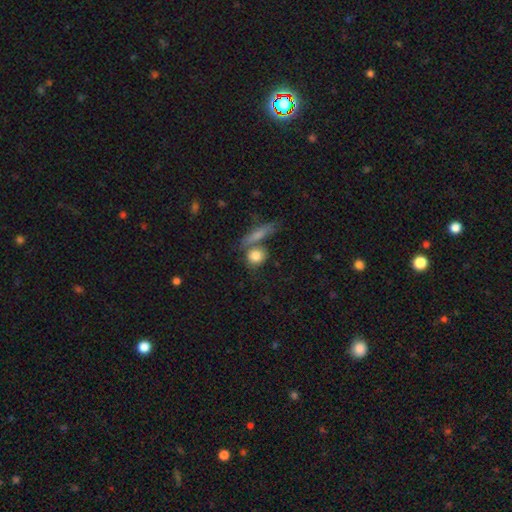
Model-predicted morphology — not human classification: A smooth galaxy with no disk features (81%) that is round (67%). Merging: none (53%).